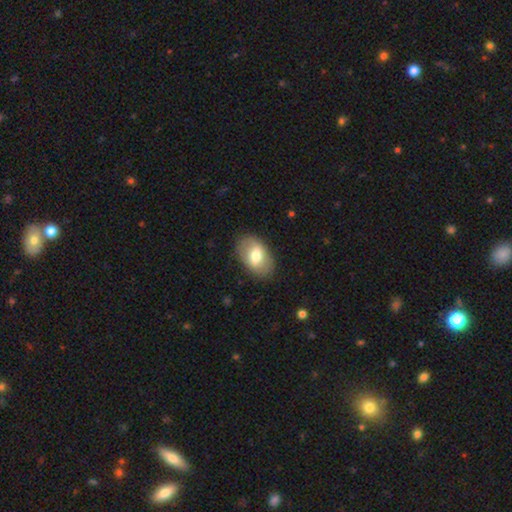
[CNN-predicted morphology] A smooth galaxy with no disk features (64%) that is in between round and cigar-shaped (88%).

Vote fractions:
- Smooth or featured? smooth: 64% / featured or disk: 30% / star or artifact: 7%
- How rounded? in between: 88% / round: 11% / cigar-shaped: 1%
- Merging? none: 82% / minor disturbance: 13% / major disturbance: 4% / merger: 1%